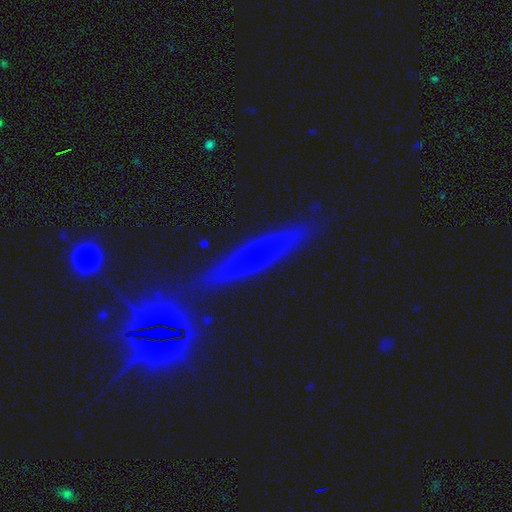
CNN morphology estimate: Smooth or featured?
  - featured or disk: 49% *
  - smooth: 38%
  - star or artifact: 13%
Merging?
  - none: 83% *
  - minor disturbance: 11%
  - merger: 3%
  - major disturbance: 3%